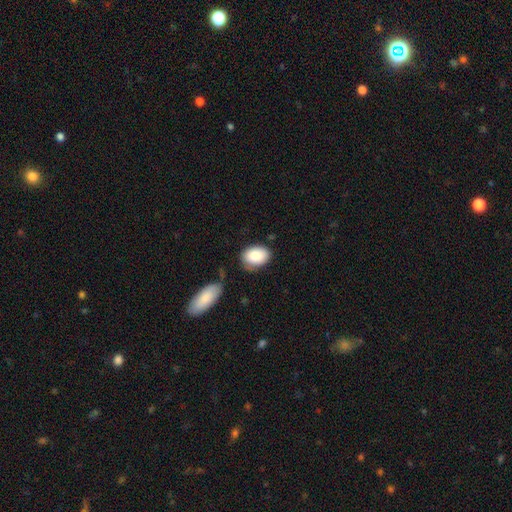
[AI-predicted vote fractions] Overall: smooth (85%). How rounded: in between (83%). Merging: none (67%).